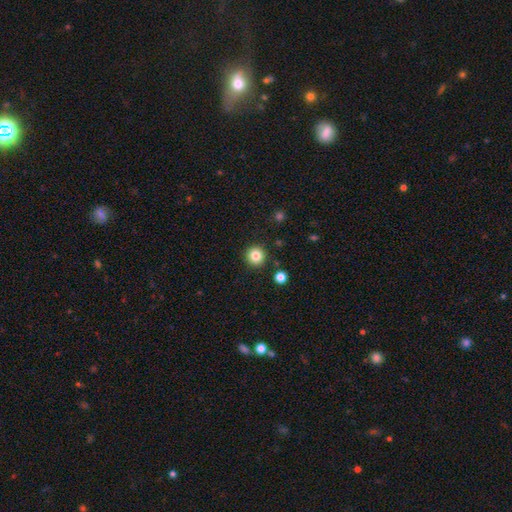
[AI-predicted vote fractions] smooth-or-featured: smooth: 84% | star or artifact: 11% | featured or disk: 5%
  how-rounded: round: 95% | in between: 4% | cigar-shaped: 1%
  merging: none: 91% | minor disturbance: 5% | merger: 2% | major disturbance: 2%